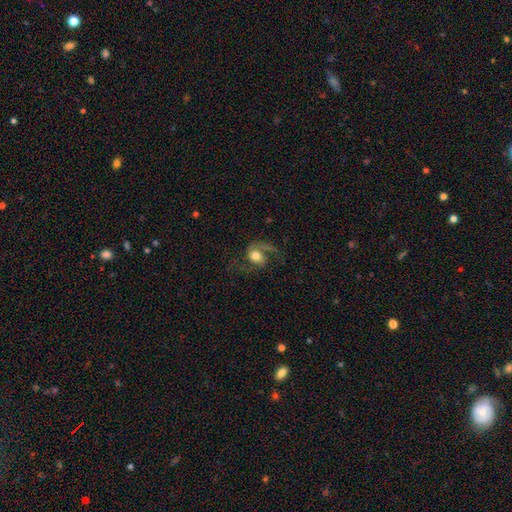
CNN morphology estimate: Smooth or featured? featured or disk (69%)
Edge-on disk? no (97%)
Bar? no (59%)
Spiral arms? yes (91%)
Spiral winding? loose (55%)
Spiral arm count? 2 (78%)
Bulge size? moderate (60%)
Merging? none (56%)